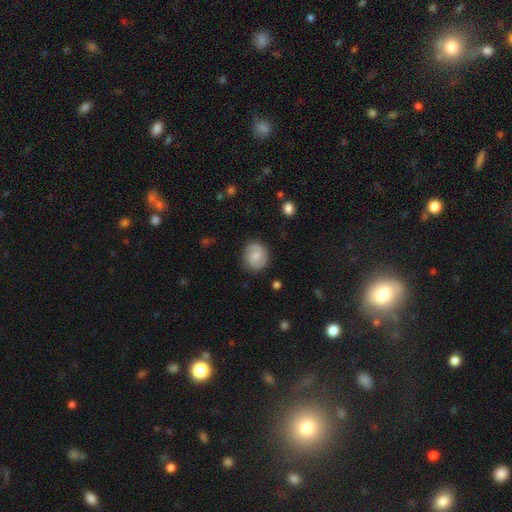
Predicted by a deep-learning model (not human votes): This is possibly a smooth galaxy (49%). Merging: clearly none (85%).